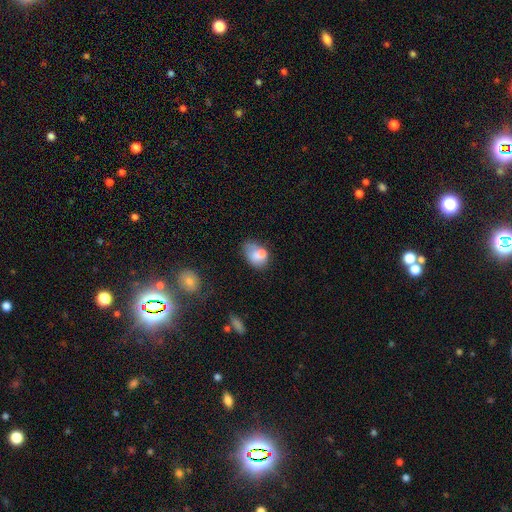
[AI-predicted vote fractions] A smooth galaxy with no disk features (71%) that is in between round and cigar-shaped (71%).

Vote fractions:
- Smooth or featured? smooth: 71% / featured or disk: 19% / star or artifact: 10%
- How rounded? in between: 71% / round: 28% / cigar-shaped: 1%
- Merging? none: 33% / minor disturbance: 28% / merger: 24% / major disturbance: 15%